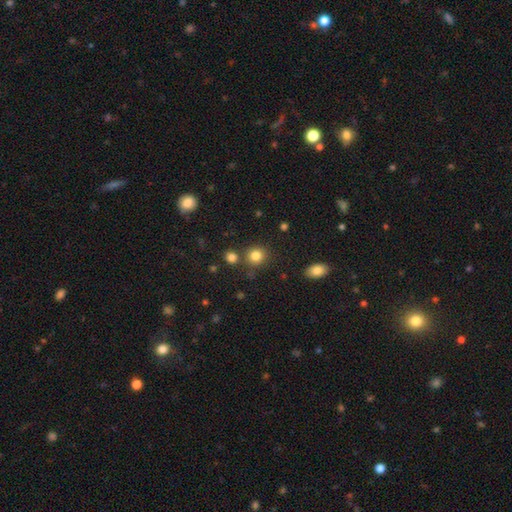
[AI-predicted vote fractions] Smooth or featured?
  - smooth: 83% *
  - star or artifact: 11%
  - featured or disk: 5%
How rounded?
  - round: 85% *
  - in between: 14%
  - cigar-shaped: 1%
Merging?
  - none: 79% *
  - merger: 10%
  - minor disturbance: 8%
  - major disturbance: 3%